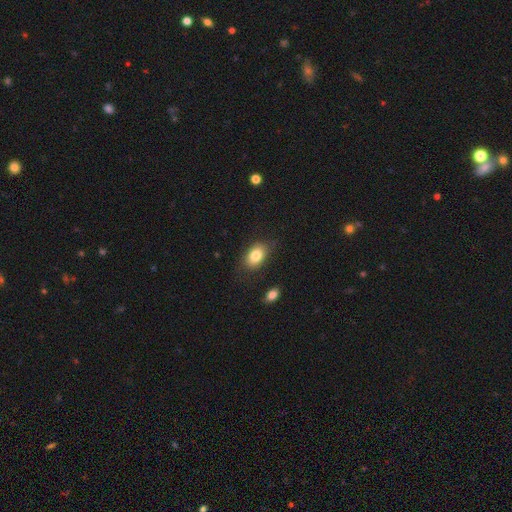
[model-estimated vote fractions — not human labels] smooth 82%, featured or disk 11%, star or artifact 8%. Down the decision tree: how rounded — in between (86%); merging — none (79%).